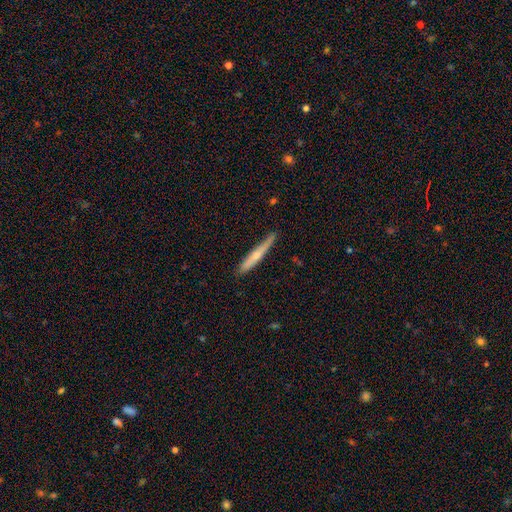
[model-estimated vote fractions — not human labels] Q: Smooth or featured?
A: smooth (52%); runner-up: featured or disk (42%)
Q: How rounded?
A: cigar-shaped (95%); runner-up: in between (4%)
Q: Merging?
A: none (80%); runner-up: minor disturbance (16%)